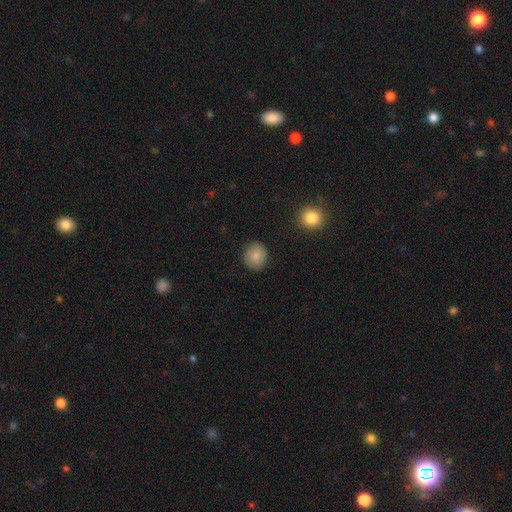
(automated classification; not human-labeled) The model was most divided on "how rounded": round: 88%, in between: 11%, cigar-shaped: 1%. More confident: merging — none (88%); smooth or featured — smooth (86%).